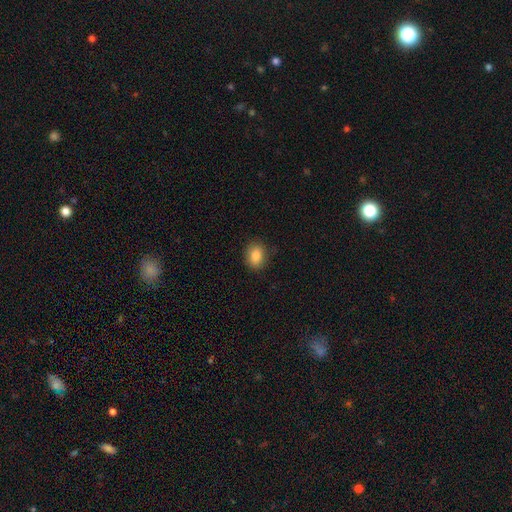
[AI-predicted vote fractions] A smooth galaxy with no disk features (86%) that is in between round and cigar-shaped (61%). Merging: none (85%).